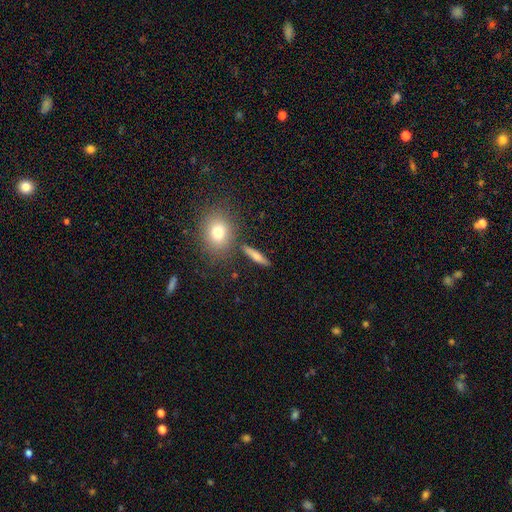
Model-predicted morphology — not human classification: Smooth or featured?
  - smooth: 61% *
  - featured or disk: 30%
  - star or artifact: 9%
How rounded?
  - cigar-shaped: 68% *
  - in between: 21%
  - round: 11%
Merging?
  - none: 83% *
  - minor disturbance: 8%
  - merger: 5%
  - major disturbance: 3%